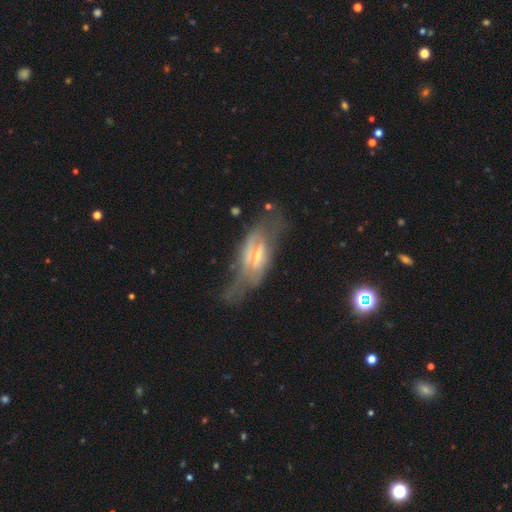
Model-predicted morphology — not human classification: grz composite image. It shows a featured or disk galaxy (70%) viewed edge-on (56%). Merging: none (45%).